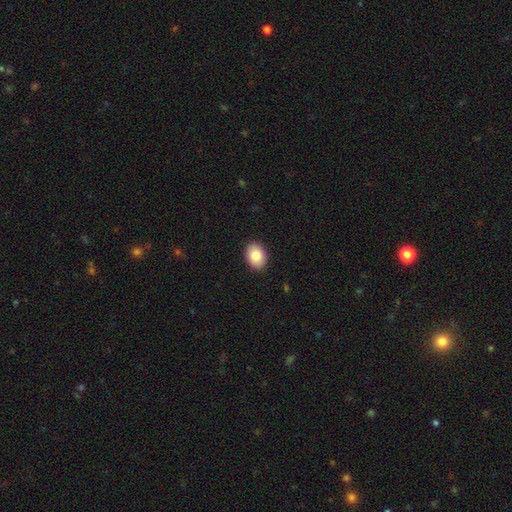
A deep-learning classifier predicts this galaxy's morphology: A smooth galaxy with no disk features (86%) that is in between round and cigar-shaped (76%).

Vote fractions:
- Smooth or featured? smooth: 86% / star or artifact: 7% / featured or disk: 7%
- How rounded? in between: 76% / round: 23% / cigar-shaped: 1%
- Merging? none: 90% / minor disturbance: 7% / major disturbance: 2% / merger: 1%